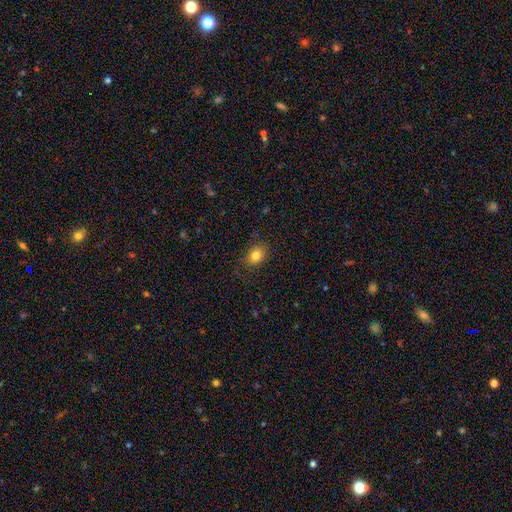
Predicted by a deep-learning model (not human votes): Smooth or featured? smooth (82%)
How rounded? in between (54%)
Merging? none (82%)